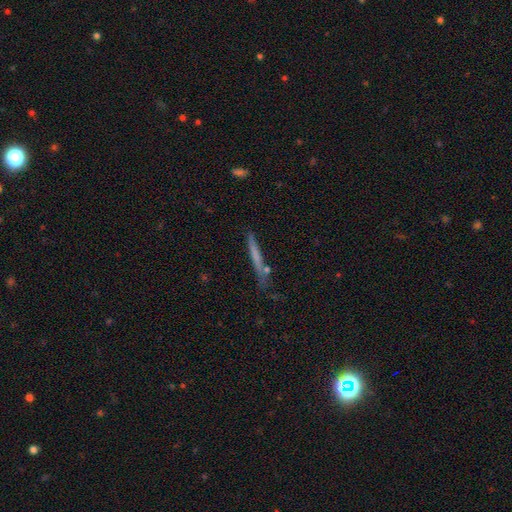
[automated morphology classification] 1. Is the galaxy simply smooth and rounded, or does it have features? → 58% smooth, 35% featured or disk, 7% star or artifact.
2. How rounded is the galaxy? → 96% cigar-shaped, 2% in between, 2% round.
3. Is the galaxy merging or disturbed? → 79% none, 14% minor disturbance, 5% merger, 3% major disturbance.